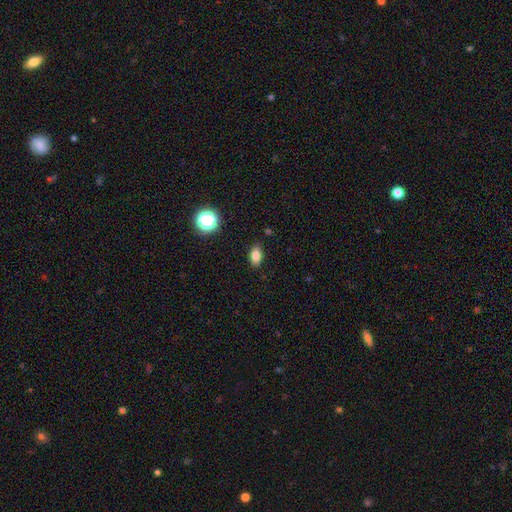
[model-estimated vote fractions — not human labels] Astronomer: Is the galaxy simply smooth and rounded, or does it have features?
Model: smooth — 82%.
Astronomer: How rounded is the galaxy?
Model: in between — 86%.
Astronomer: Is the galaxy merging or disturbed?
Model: none — 87%.